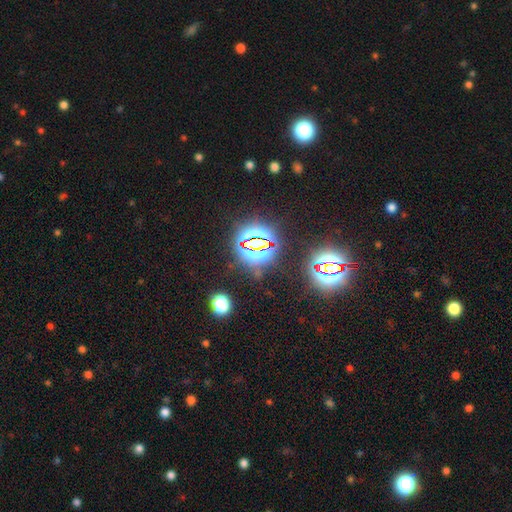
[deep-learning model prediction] This appears to be a star or artifact, not a galaxy (79%).